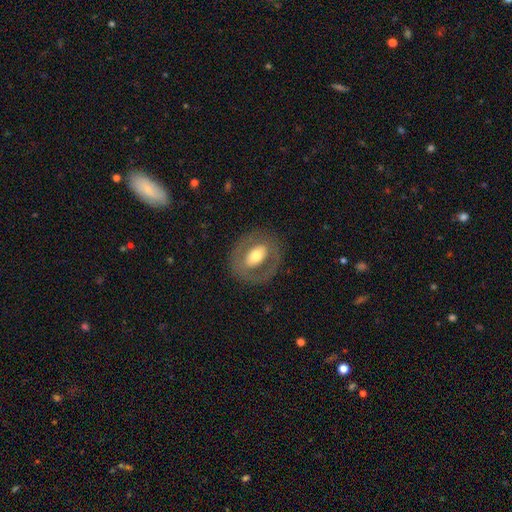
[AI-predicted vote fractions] smooth-or-featured: featured or disk: 52% | smooth: 42% | star or artifact: 6%
  disk-edge-on: no: 92% | yes: 8%
  merging: none: 79% | minor disturbance: 12% | major disturbance: 8% | merger: 1%